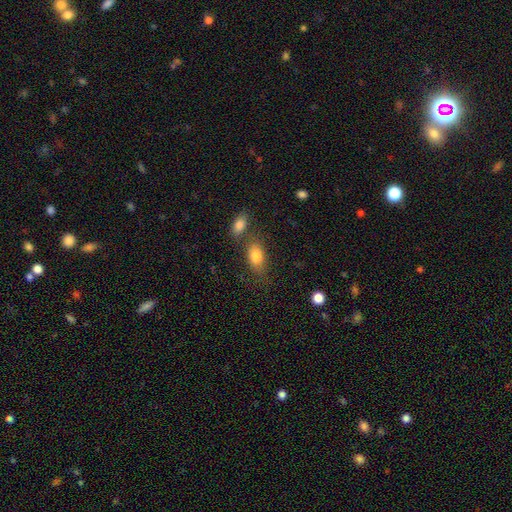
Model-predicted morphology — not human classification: Q: Smooth or featured?
A: smooth (82%); runner-up: featured or disk (10%)
Q: How rounded?
A: in between (87%); runner-up: round (9%)
Q: Merging?
A: none (60%); runner-up: merger (20%)